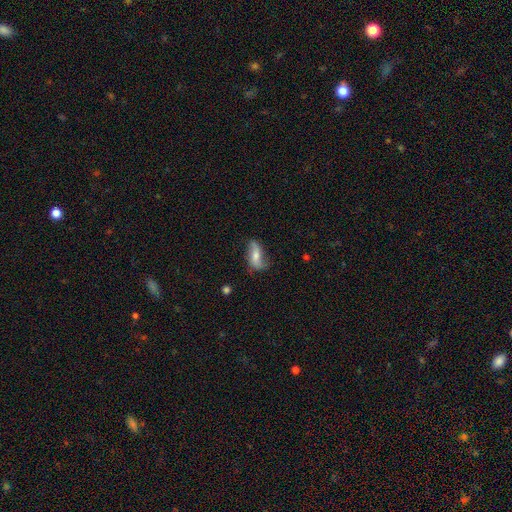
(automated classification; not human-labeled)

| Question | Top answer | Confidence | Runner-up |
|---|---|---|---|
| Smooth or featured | featured or disk | 57% | smooth (35%) |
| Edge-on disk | no | 85% | yes (15%) |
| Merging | none | 65% | minor disturbance (24%) |